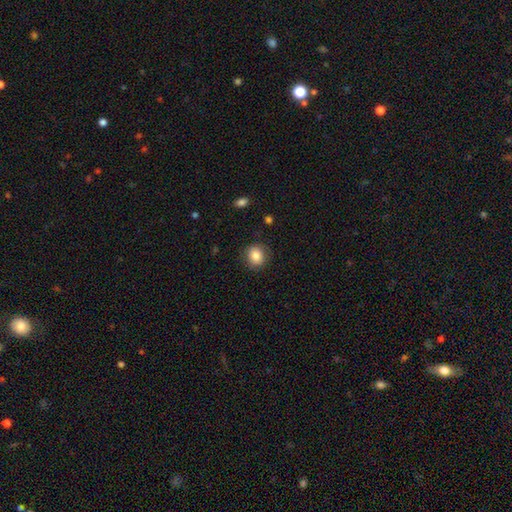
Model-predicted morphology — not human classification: smooth-or-featured: smooth: 85% | star or artifact: 9% | featured or disk: 6%
  how-rounded: round: 79% | in between: 20% | cigar-shaped: 1%
  merging: none: 86% | minor disturbance: 10% | major disturbance: 3% | merger: 1%